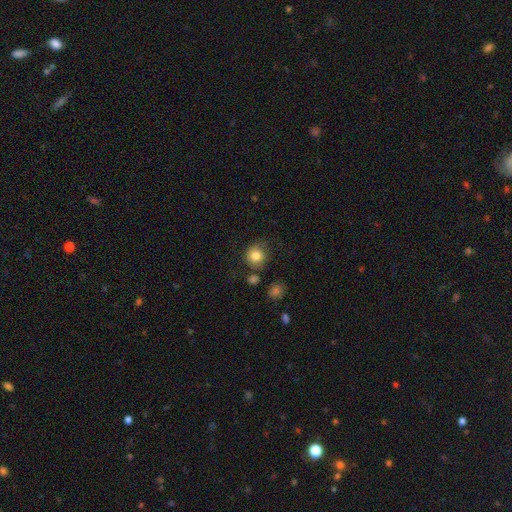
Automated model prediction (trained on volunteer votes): The model was most divided on "merging": none: 73%, minor disturbance: 16%, merger: 5%, major disturbance: 5%. More confident: how rounded — round (90%); smooth or featured — smooth (83%).